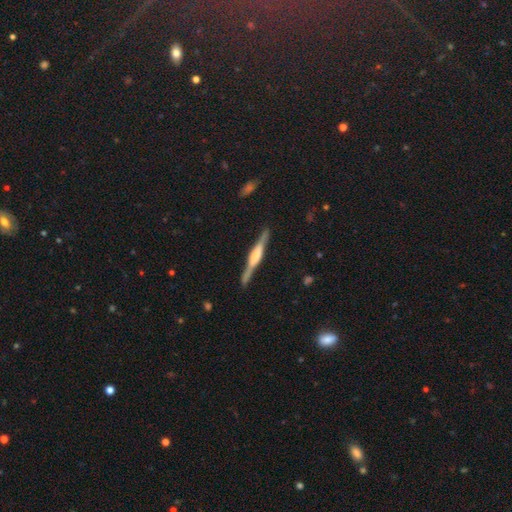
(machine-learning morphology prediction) Q: Smooth or featured?
A: featured or disk (76%); runner-up: smooth (18%)
Q: Edge-on disk?
A: yes (98%); runner-up: no (2%)
Q: Edge-on bulge?
A: boxy (54%); runner-up: rounded (38%)
Q: Merging?
A: none (87%); runner-up: minor disturbance (9%)